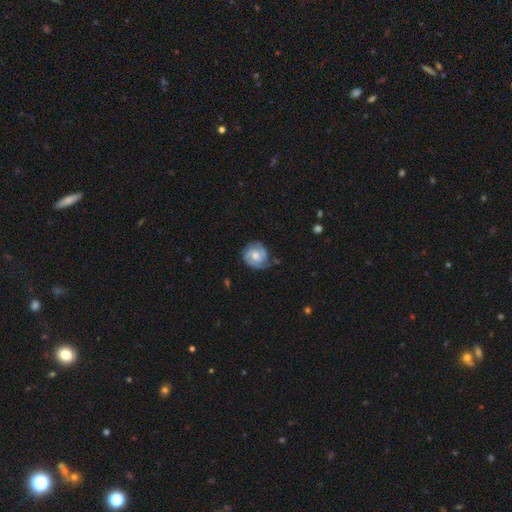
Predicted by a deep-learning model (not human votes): Q: Smooth or featured?
A: featured or disk (75%); runner-up: smooth (20%)
Q: Edge-on disk?
A: no (98%); runner-up: yes (2%)
Q: Bar?
A: no (61%); runner-up: weak (33%)
Q: Spiral arms?
A: yes (95%); runner-up: no (5%)
Q: Spiral winding?
A: tight (60%); runner-up: medium (32%)
Q: Spiral arm count?
A: 2 (62%); runner-up: 3 (15%)
Q: Bulge size?
A: moderate (55%); runner-up: small (35%)
Q: Merging?
A: none (70%); runner-up: minor disturbance (21%)